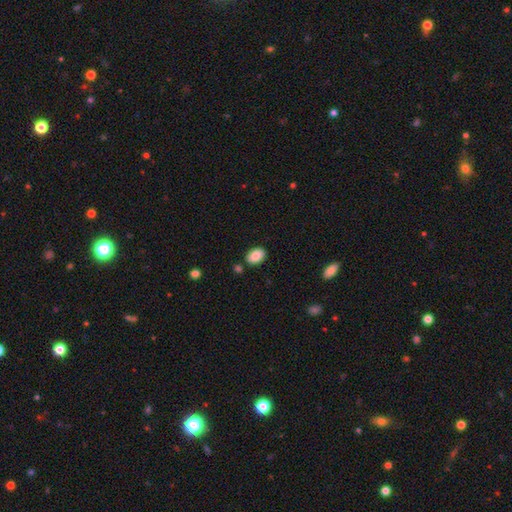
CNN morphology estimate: Smooth or featured: smooth — 88% (star or artifact — 7%)
How rounded: in between — 83% (round — 16%)
Merging: none — 82% (minor disturbance — 11%)